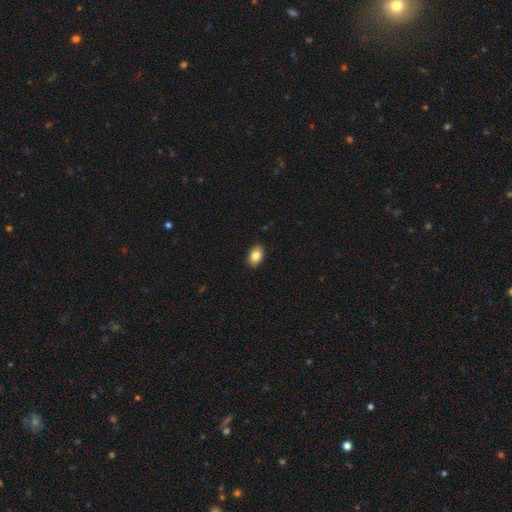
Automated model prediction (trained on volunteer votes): Morphology: type=smooth (83%); roundness=in between (87%); merging=none (90%).